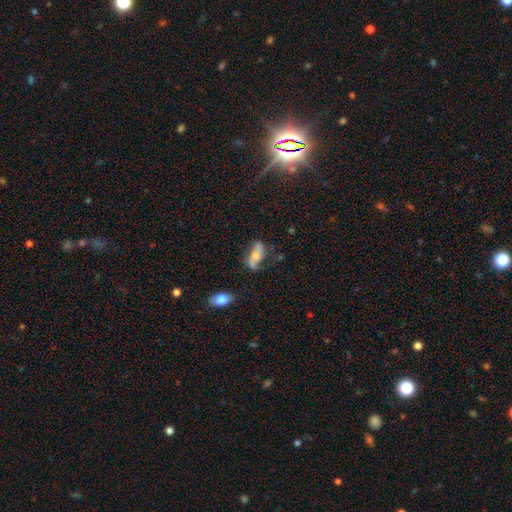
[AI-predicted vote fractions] A smooth galaxy with no disk features (47%).

Vote fractions:
- Smooth or featured? smooth: 47% / featured or disk: 45% / star or artifact: 8%
- Merging? none: 57% / minor disturbance: 26% / major disturbance: 12% / merger: 5%